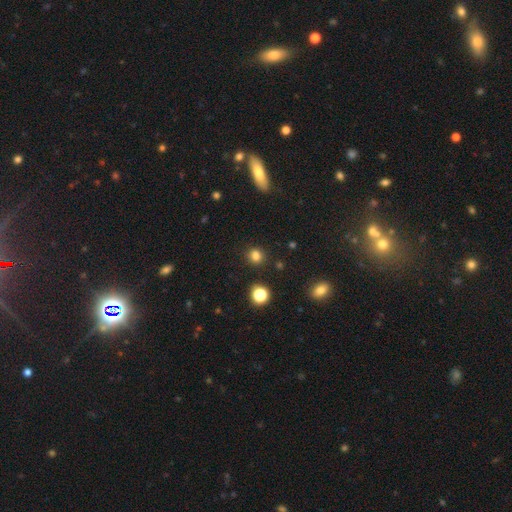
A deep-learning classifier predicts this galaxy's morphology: Smooth or featured?
  - smooth: 79% *
  - star or artifact: 17%
  - featured or disk: 5%
How rounded?
  - round: 82% *
  - in between: 17%
  - cigar-shaped: 1%
Merging?
  - none: 85% *
  - minor disturbance: 8%
  - merger: 4%
  - major disturbance: 3%